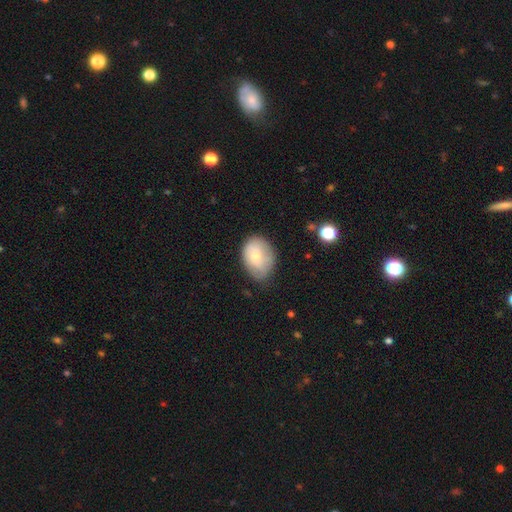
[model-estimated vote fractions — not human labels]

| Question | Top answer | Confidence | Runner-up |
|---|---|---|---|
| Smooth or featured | smooth | 66% | featured or disk (27%) |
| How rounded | in between | 75% | round (24%) |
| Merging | none | 64% | minor disturbance (27%) |